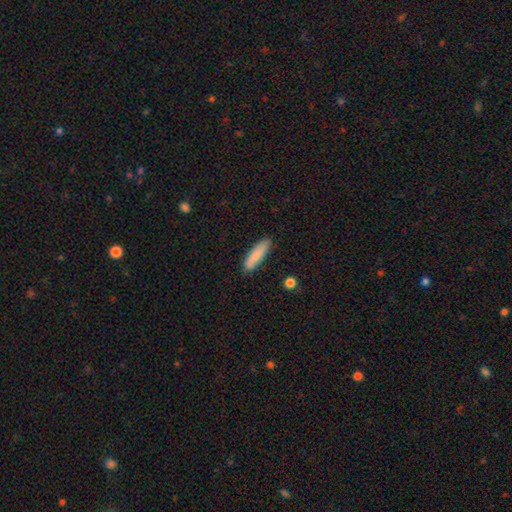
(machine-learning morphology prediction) Smooth or featured? smooth (83%)
How rounded? cigar-shaped (69%)
Merging? none (85%)